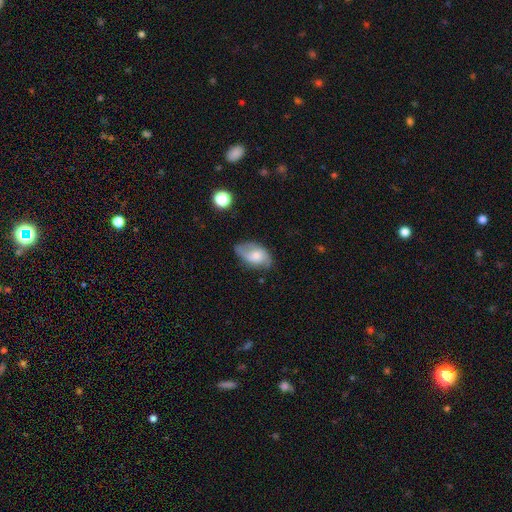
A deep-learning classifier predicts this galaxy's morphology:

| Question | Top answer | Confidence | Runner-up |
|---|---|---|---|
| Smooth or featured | featured or disk | 49% | smooth (43%) |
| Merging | none | 60% | minor disturbance (28%) |